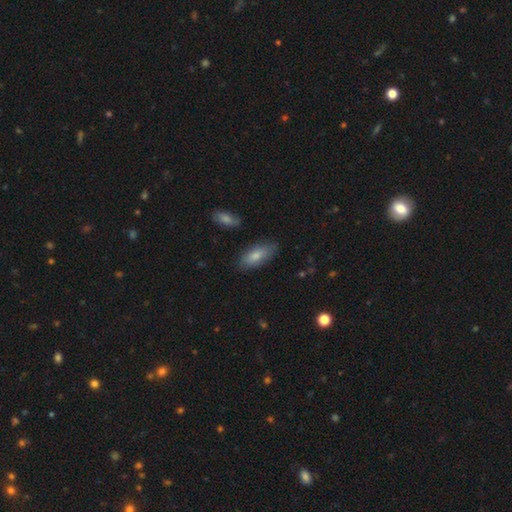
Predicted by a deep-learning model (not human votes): The model was most divided on "how rounded": in between: 80%, cigar-shaped: 18%, round: 2%. More confident: smooth or featured — smooth (81%); merging — none (80%).